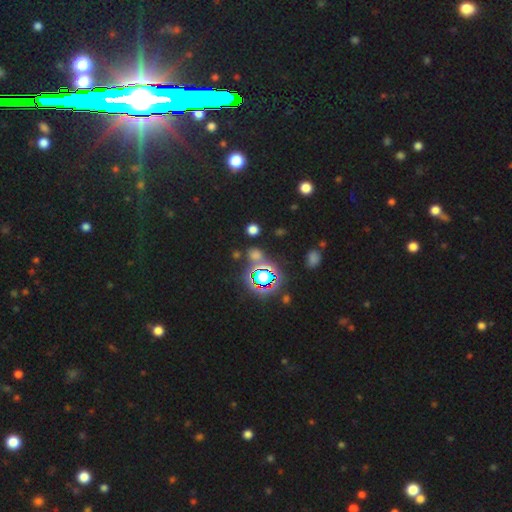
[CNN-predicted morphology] star or artifact 51%, smooth 42%, featured or disk 7%.